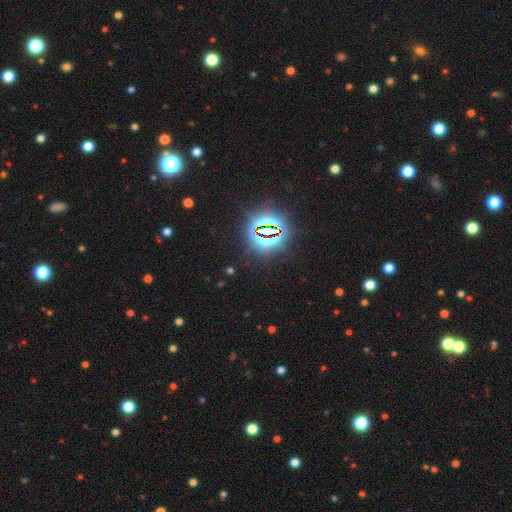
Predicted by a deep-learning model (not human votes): The model was most divided on "smooth or featured": star or artifact: 83%, smooth: 10%, featured or disk: 7%.